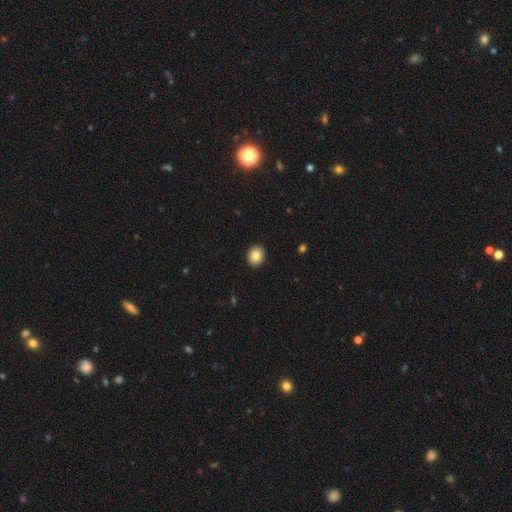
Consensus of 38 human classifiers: smooth_or_featured: smooth (p=0.97) [alt: star or artifact p=0.03]
how_rounded: round (p=0.54) [alt: in between p=0.46]
merging: none (p=1.00)